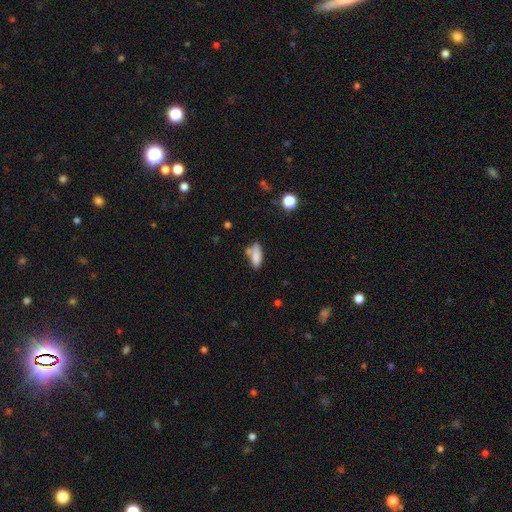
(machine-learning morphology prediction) Smooth or featured? smooth (82%)
How rounded? in between (70%)
Merging? none (56%)